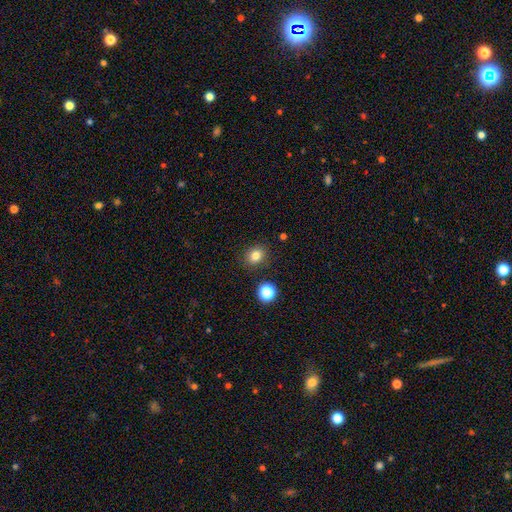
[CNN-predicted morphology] smooth 80%, star or artifact 13%, featured or disk 7%. Down the decision tree: how rounded — round (62%); merging — none (87%).